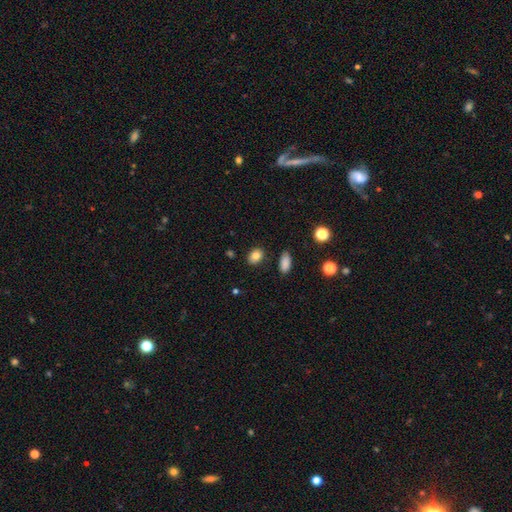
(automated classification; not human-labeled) A smooth galaxy with no disk features (83%) that is in between round and cigar-shaped (69%). Merging: none (85%).